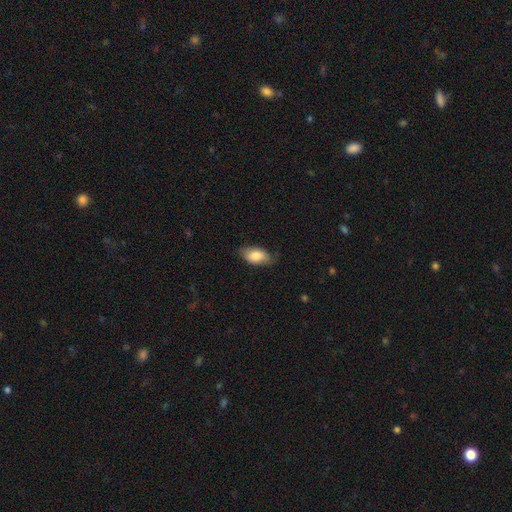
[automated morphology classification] Smooth or featured? smooth (82%)
How rounded? in between (92%)
Merging? none (75%)